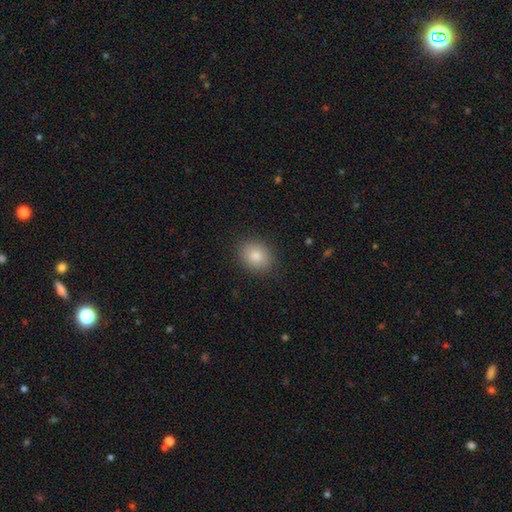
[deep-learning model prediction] This appears to be a smooth galaxy with no disk features (84%) that is round (53%). Merging: none (87%).